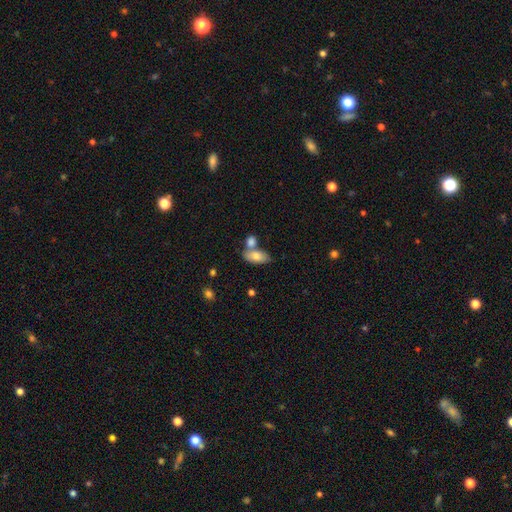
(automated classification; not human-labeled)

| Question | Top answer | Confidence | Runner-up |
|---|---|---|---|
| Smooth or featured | smooth | 77% | featured or disk (16%) |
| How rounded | in between | 88% | cigar-shaped (8%) |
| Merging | none | 49% | merger (36%) |